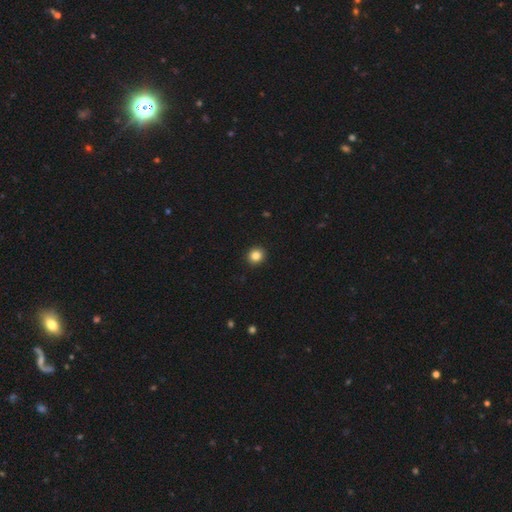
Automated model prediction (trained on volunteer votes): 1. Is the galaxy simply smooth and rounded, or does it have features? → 85% smooth, 11% star or artifact, 5% featured or disk.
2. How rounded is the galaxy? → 89% round, 10% in between, 1% cigar-shaped.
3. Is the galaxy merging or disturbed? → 93% none, 5% minor disturbance, 1% major disturbance, 1% merger.